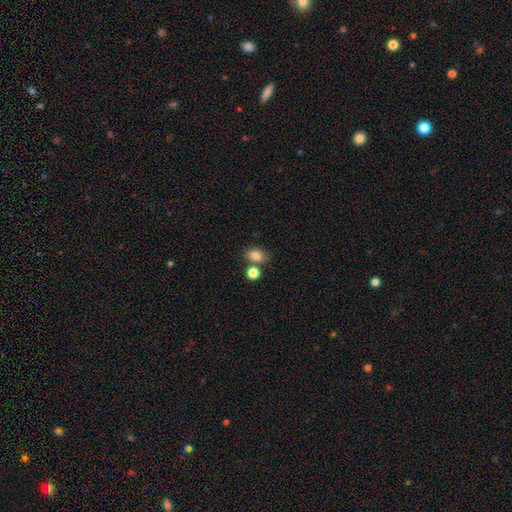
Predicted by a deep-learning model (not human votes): smooth-or-featured: smooth: 81% | star or artifact: 11% | featured or disk: 8%
  how-rounded: in between: 65% | round: 34% | cigar-shaped: 1%
  merging: none: 65% | merger: 19% | minor disturbance: 12% | major disturbance: 4%